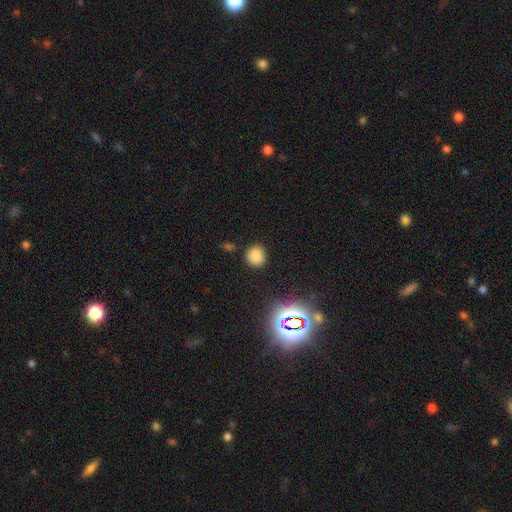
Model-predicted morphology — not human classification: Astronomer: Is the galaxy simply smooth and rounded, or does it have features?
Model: smooth — 80%.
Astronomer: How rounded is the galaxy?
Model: round — 86%.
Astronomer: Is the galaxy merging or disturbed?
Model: none — 84%.